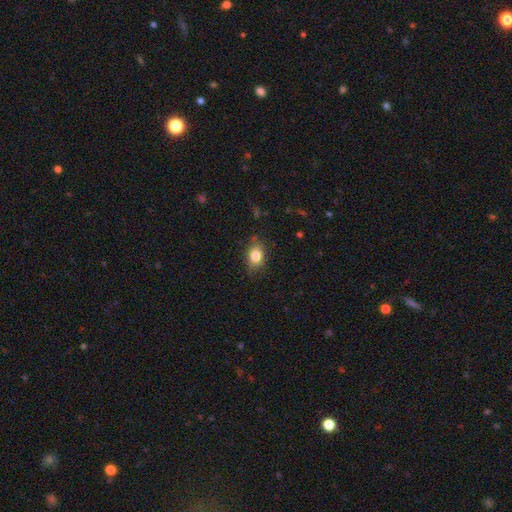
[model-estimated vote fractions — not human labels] The model was most divided on "how rounded": in between: 70%, round: 29%, cigar-shaped: 1%. More confident: smooth or featured — smooth (84%); merging — none (78%).